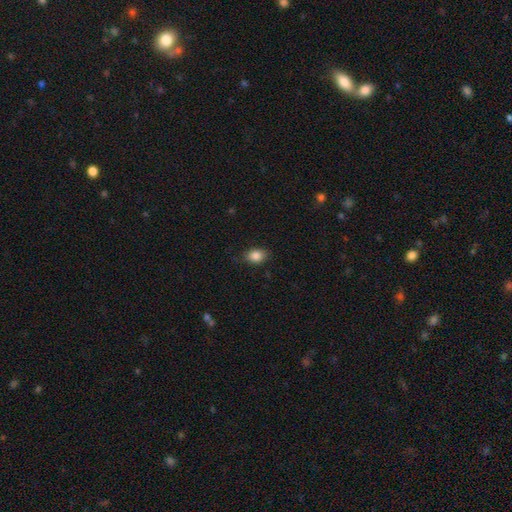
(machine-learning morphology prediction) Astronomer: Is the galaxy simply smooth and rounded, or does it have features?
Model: smooth — 86%.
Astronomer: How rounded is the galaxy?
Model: in between — 73%.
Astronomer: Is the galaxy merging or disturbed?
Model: none — 83%.